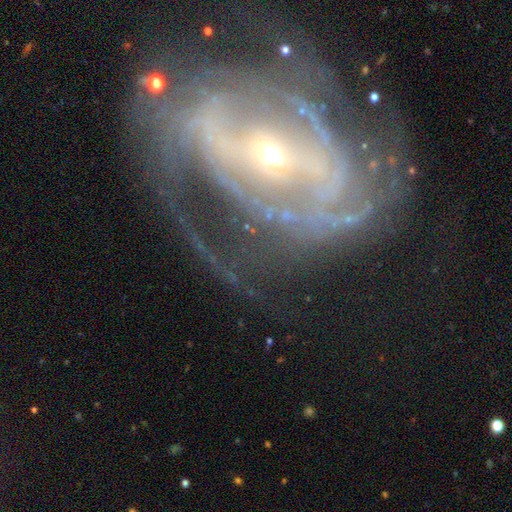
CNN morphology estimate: Smooth or featured? Predicted: featured or disk (p=0.87). Edge-on disk? Predicted: no (p=0.96). Bar? Predicted: strong (p=0.51). Spiral arms? Predicted: yes (p=0.93). Spiral winding? Predicted: tight (p=0.44). Spiral arm count? Predicted: 2 (p=0.44). Bulge size? Predicted: small (p=0.69). Merging? Predicted: none (p=0.61).